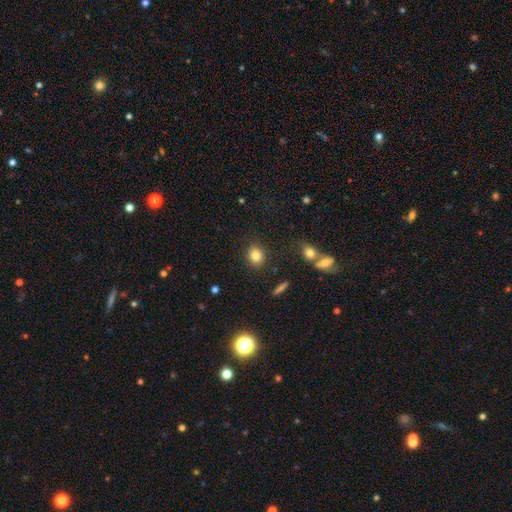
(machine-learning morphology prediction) Smooth or featured?
  - smooth: 82% *
  - star or artifact: 11%
  - featured or disk: 7%
How rounded?
  - round: 75% *
  - in between: 24%
  - cigar-shaped: 1%
Merging?
  - none: 86% *
  - minor disturbance: 8%
  - merger: 3%
  - major disturbance: 3%